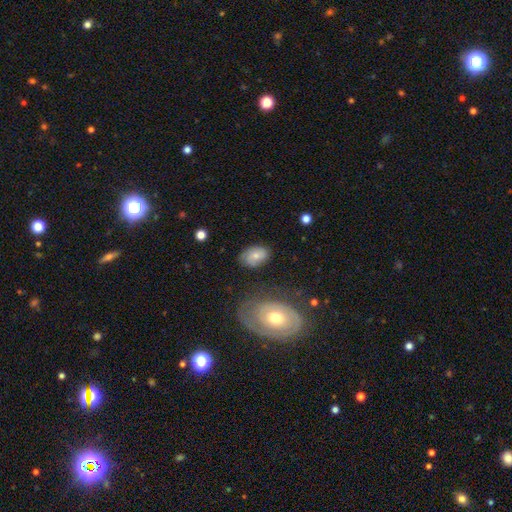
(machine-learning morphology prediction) This is likely a smooth galaxy (60%). How rounded: clearly in between (85%). Merging: likely none (71%).